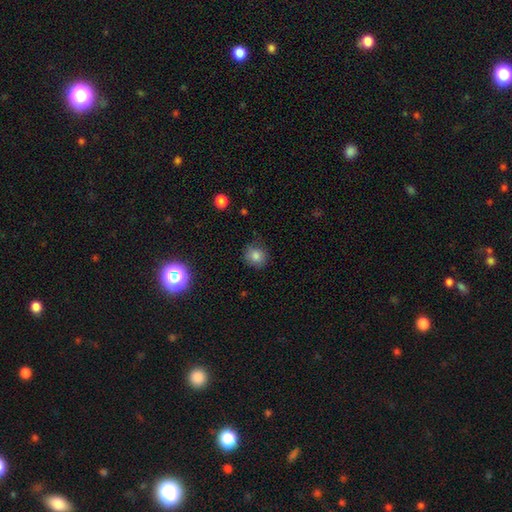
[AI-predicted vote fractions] Q: Smooth or featured?
A: smooth (81%); runner-up: star or artifact (12%)
Q: How rounded?
A: round (84%); runner-up: in between (15%)
Q: Merging?
A: none (82%); runner-up: minor disturbance (14%)